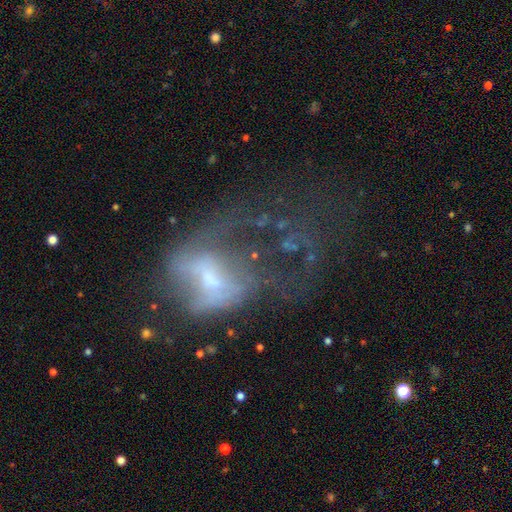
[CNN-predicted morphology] A featured or disk galaxy (56%) with no bar (63%), no spiral arms (70%) and a small central bulge (43%).

Vote fractions:
- Smooth or featured? featured or disk: 56% / smooth: 28% / star or artifact: 16%
- Edge-on disk? no: 95% / yes: 5%
- Bar? no: 63% / weak: 27% / strong: 9%
- Spiral arms? no: 70% / yes: 30%
- Bulge size? small: 43% / moderate: 37% / none: 12% / large: 6% / dominant: 2%
- Merging? major disturbance: 58% / none: 19% / minor disturbance: 13% / merger: 10%